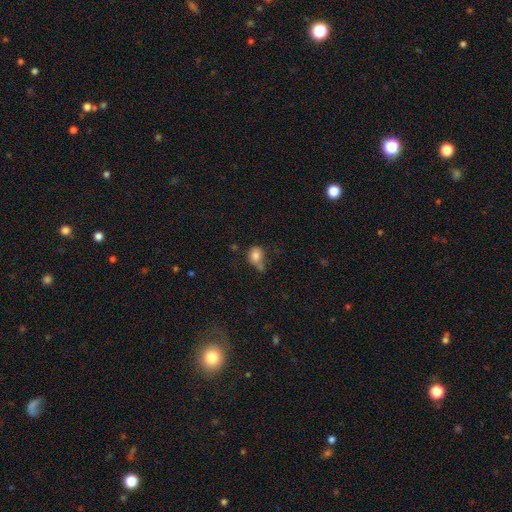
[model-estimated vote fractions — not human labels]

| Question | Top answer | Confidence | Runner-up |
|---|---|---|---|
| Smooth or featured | smooth | 78% | featured or disk (11%) |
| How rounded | round | 56% | in between (43%) |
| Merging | none | 37% | minor disturbance (33%) |